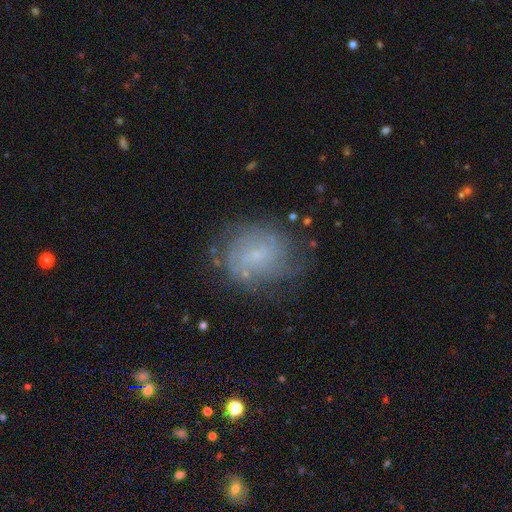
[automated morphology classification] This appears to be a featured or disk galaxy (62%) with no bar (60%), tight (53%) spiral arms (83%) and a small central bulge (66%). Merging: none (67%).